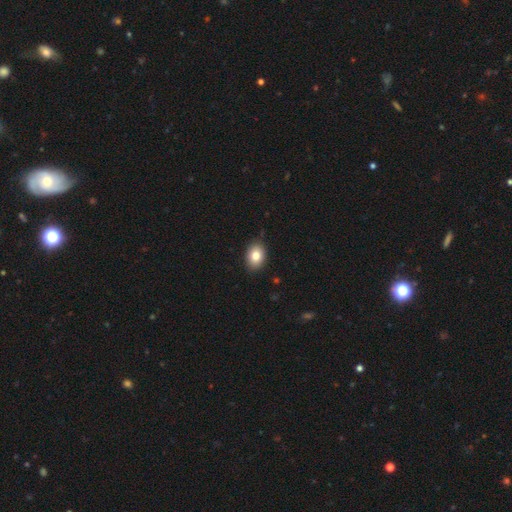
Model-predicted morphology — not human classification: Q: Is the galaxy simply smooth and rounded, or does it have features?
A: smooth — 83%.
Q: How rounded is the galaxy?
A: in between — 77%.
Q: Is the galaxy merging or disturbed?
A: none — 87%.